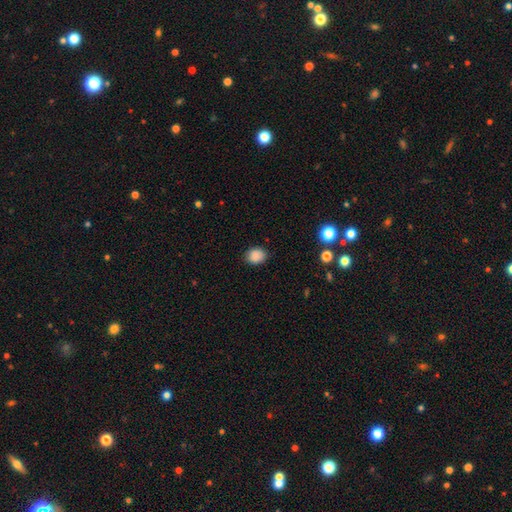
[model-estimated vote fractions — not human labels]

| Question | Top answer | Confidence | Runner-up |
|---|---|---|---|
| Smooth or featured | smooth | 87% | star or artifact (9%) |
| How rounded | round | 53% | in between (46%) |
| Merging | none | 85% | minor disturbance (11%) |